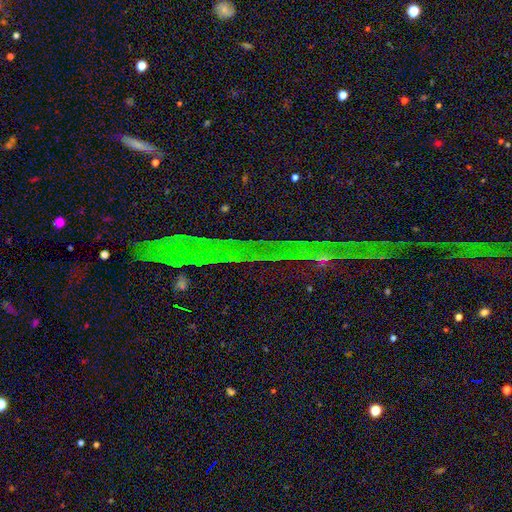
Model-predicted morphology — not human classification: smooth_or_featured: star or artifact (p=0.86) [alt: featured or disk p=0.07]